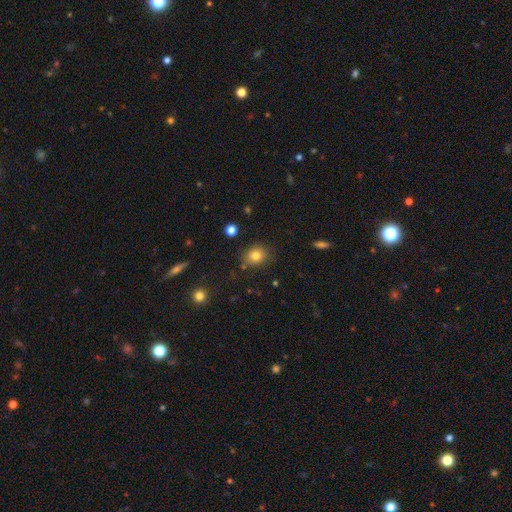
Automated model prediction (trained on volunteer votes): Morphology: type=smooth (79%); roundness=round (67%); merging=none (78%).